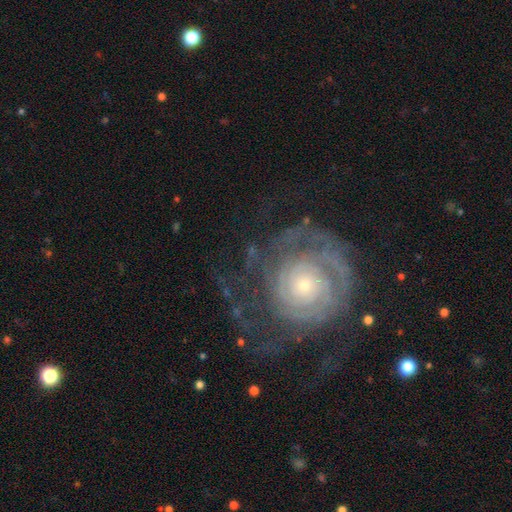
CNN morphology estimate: This is clearly a featured or disk galaxy (83%). It is clearly not viewed edge-on (97%). Bar: clearly no (82%). Spiral arm pattern: clearly yes (91%). Spiral arm count: marginally can't tell (42%). Spiral winding: likely tight (76%). Central bulge: likely small (72%). Merging: likely none (62%).